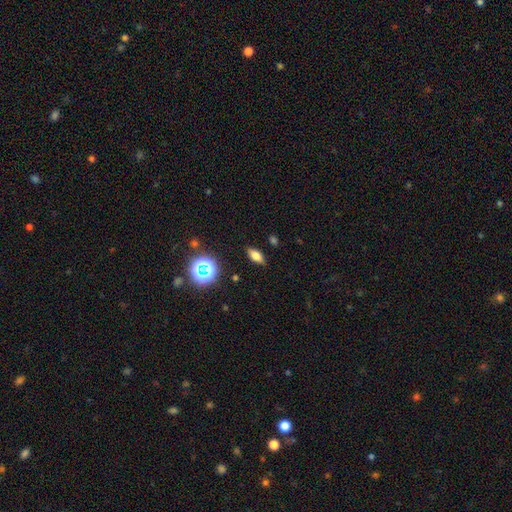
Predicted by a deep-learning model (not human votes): Morphology: type=smooth (68%); roundness=in between (77%); merging=none (87%).